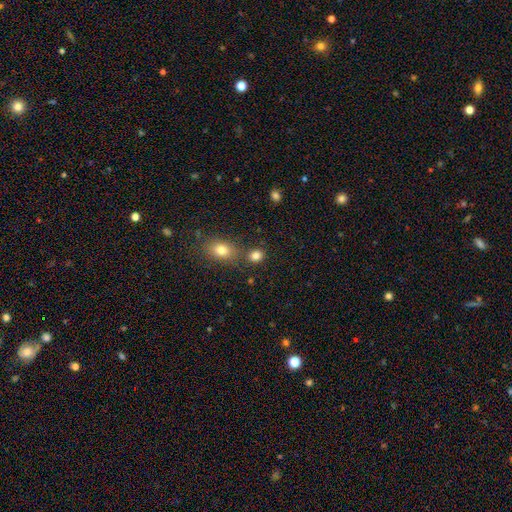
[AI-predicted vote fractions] smooth 82%, star or artifact 12%, featured or disk 6%. Down the decision tree: how rounded — round (57%); merging — none (71%).